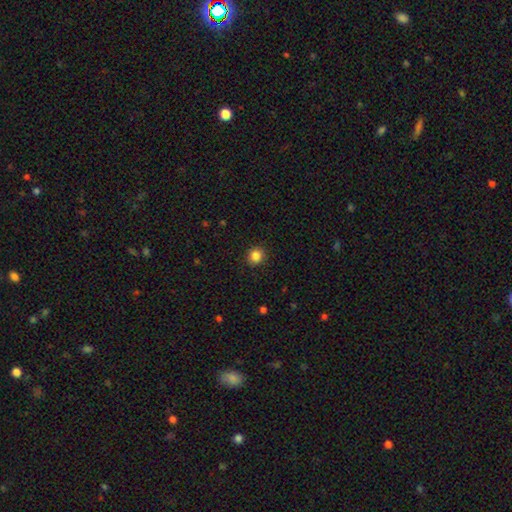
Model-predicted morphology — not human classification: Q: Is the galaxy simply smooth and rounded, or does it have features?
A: smooth — 85%.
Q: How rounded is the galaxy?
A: round — 88%.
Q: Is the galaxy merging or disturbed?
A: none — 91%.